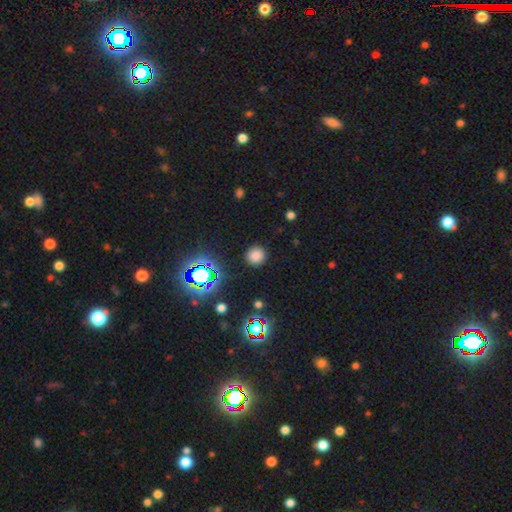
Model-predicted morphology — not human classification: smooth_or_featured: smooth (p=0.76) [alt: star or artifact p=0.19]
how_rounded: round (p=0.92) [alt: in between p=0.07]
merging: none (p=0.89) [alt: minor disturbance p=0.07]